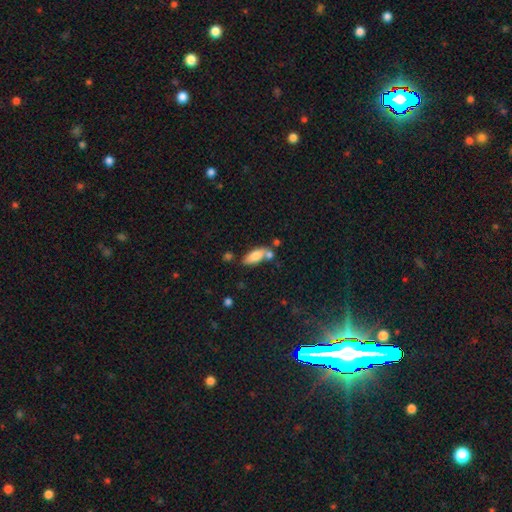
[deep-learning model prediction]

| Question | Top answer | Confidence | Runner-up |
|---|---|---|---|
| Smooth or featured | smooth | 77% | featured or disk (15%) |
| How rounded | in between | 77% | cigar-shaped (20%) |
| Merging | none | 50% | merger (27%) |